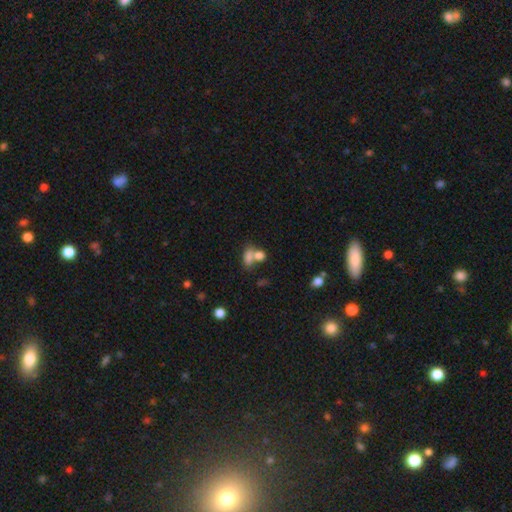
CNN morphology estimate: Smooth or featured? smooth (76%)
How rounded? in between (66%)
Merging? merger (52%)